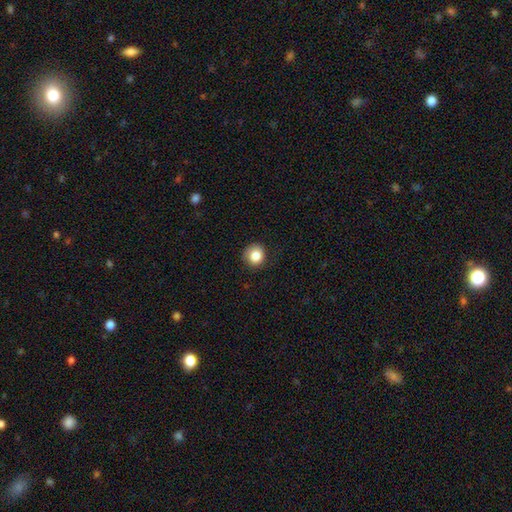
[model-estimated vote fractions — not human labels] Morphology: type=smooth (84%); roundness=round (85%); merging=none (80%).